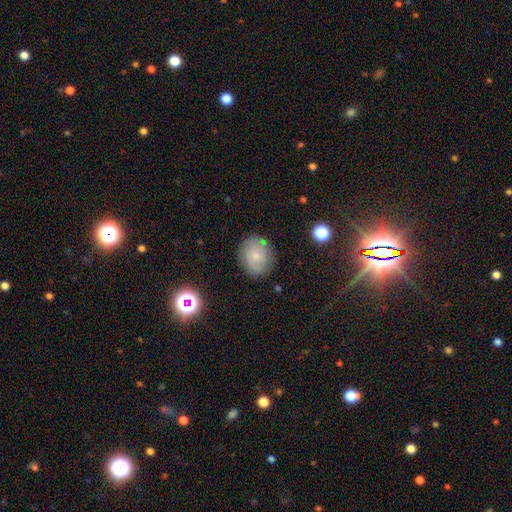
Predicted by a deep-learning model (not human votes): Overall: smooth (52%; featured or disk 37%). How rounded: round (64%; in between 35%). Merging: none (81%).